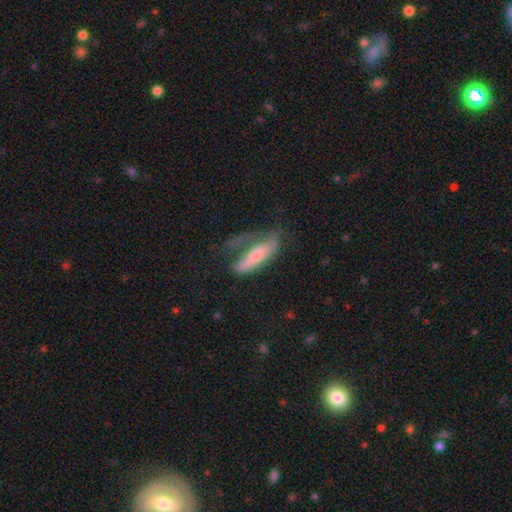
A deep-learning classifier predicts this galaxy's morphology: A smooth galaxy with no disk features (62%) that is cigar-shaped (53%).

Vote fractions:
- Smooth or featured? smooth: 62% / featured or disk: 31% / star or artifact: 7%
- How rounded? cigar-shaped: 53% / in between: 45% / round: 2%
- Merging? major disturbance: 43% / none: 29% / minor disturbance: 24% / merger: 4%